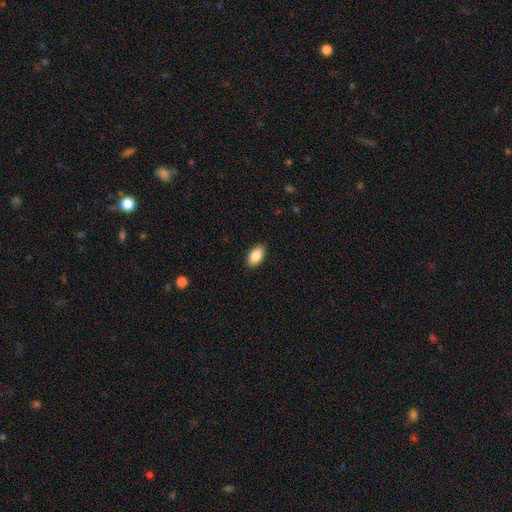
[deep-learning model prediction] Smooth or featured? smooth (87%)
How rounded? in between (93%)
Merging? none (89%)